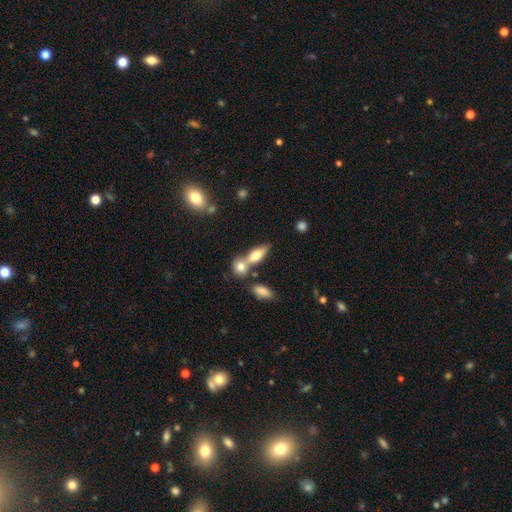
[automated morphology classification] A smooth galaxy with no disk features (69%) that is in between round and cigar-shaped (65%). Merging: merger (43%, tied with none).